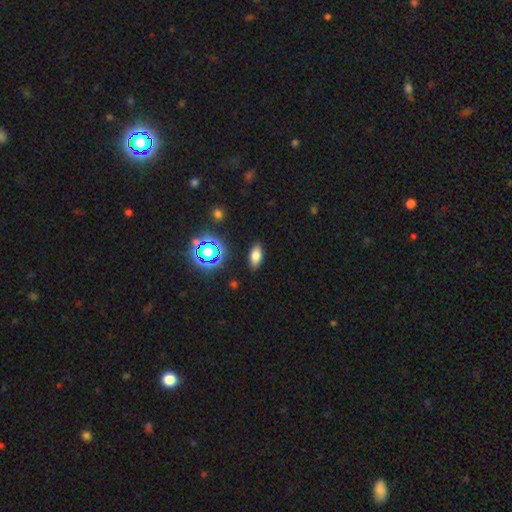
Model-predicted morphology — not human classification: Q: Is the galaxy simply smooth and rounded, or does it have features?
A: smooth — 73%.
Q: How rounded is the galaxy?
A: in between — 87%.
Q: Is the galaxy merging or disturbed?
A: none — 88%.